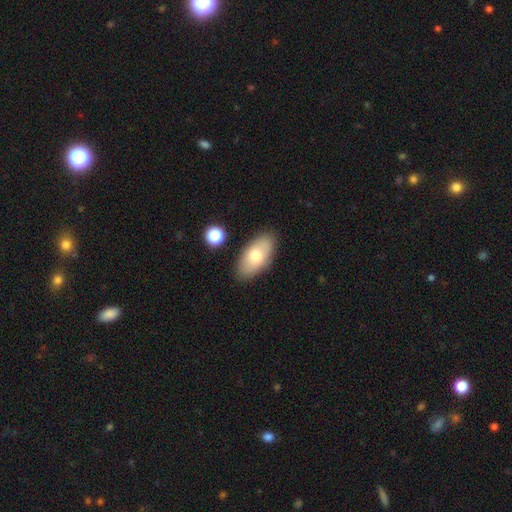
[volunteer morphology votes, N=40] Q: Smooth or featured?
A: smooth (57%); runner-up: featured or disk (38%)
Q: How rounded?
A: in between (96%); runner-up: cigar-shaped (4%)
Q: Merging?
A: none (92%); runner-up: minor disturbance (5%)